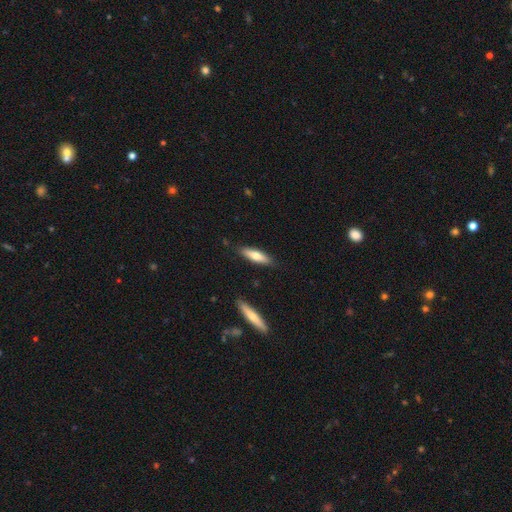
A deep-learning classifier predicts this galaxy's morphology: A smooth galaxy with no disk features (69%) that is cigar-shaped (64%). Merging: none (85%).